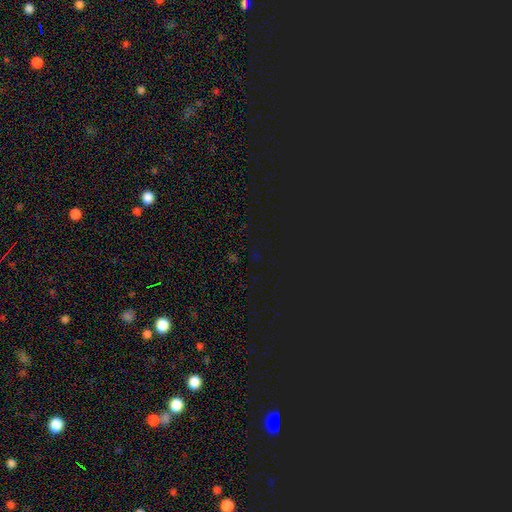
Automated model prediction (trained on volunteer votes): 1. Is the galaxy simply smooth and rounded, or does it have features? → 76% star or artifact, 17% smooth, 6% featured or disk.